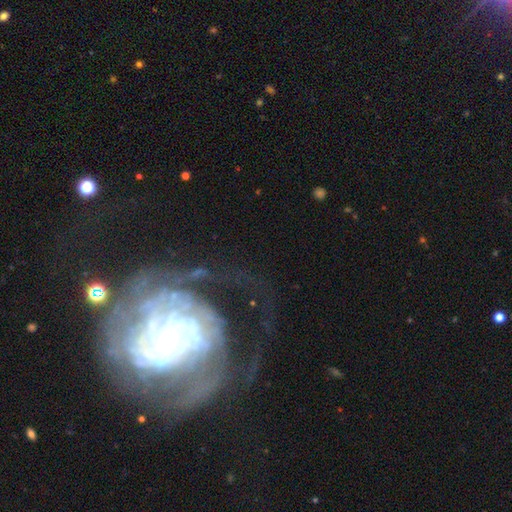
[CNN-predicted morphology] Smooth or featured: featured or disk — 80% (star or artifact — 11%)
Edge-on disk: no — 97% (yes — 3%)
Bar: no — 60% (weak — 25%)
Spiral arms: yes — 85% (no — 15%)
Spiral winding: tight — 63% (medium — 26%)
Spiral arm count: can't tell — 40% (2 — 19%)
Bulge size: small — 71% (moderate — 16%)
Merging: none — 45% (major disturbance — 31%)